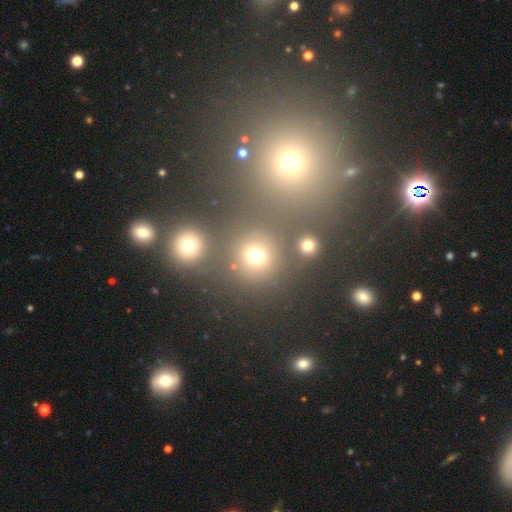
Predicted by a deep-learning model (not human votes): Smooth or featured? smooth (69%)
How rounded? round (90%)
Merging? none (69%)